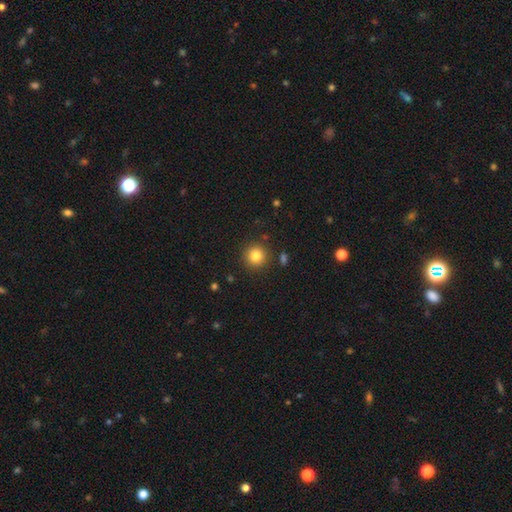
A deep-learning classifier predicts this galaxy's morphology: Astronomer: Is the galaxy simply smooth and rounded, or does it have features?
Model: smooth — 84%.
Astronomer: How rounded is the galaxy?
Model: round — 94%.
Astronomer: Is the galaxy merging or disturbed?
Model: none — 89%.